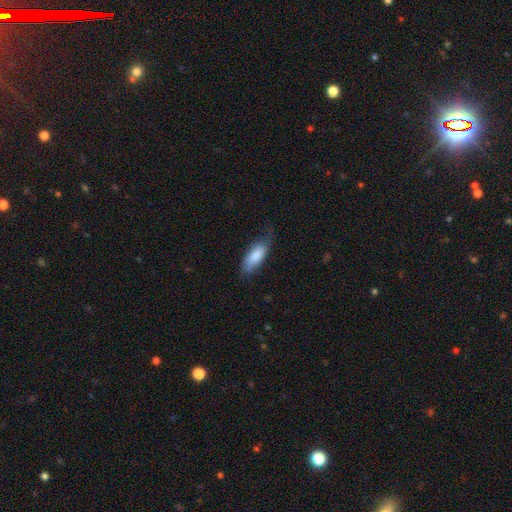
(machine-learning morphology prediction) This appears to be a smooth galaxy with no disk features (80%) that is in between round and cigar-shaped (75%). Merging: none (60%).